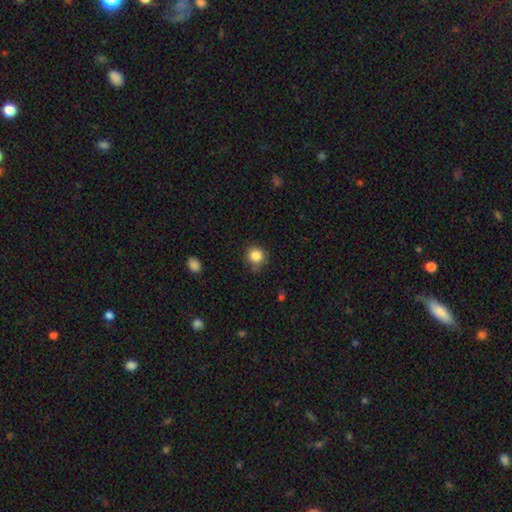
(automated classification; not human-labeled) Smooth or featured? Predicted: smooth (p=0.85). How rounded? Predicted: round (p=0.92). Merging? Predicted: none (p=0.79).